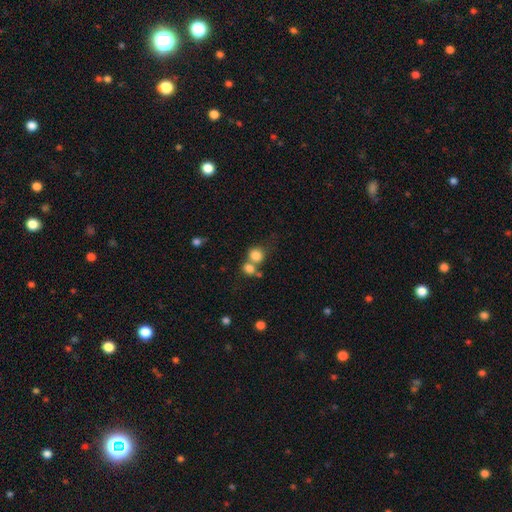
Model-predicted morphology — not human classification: smooth-or-featured: smooth: 80% | star or artifact: 11% | featured or disk: 9%
  how-rounded: round: 79% | in between: 20% | cigar-shaped: 1%
  merging: merger: 46% | none: 41% | minor disturbance: 8% | major disturbance: 5%